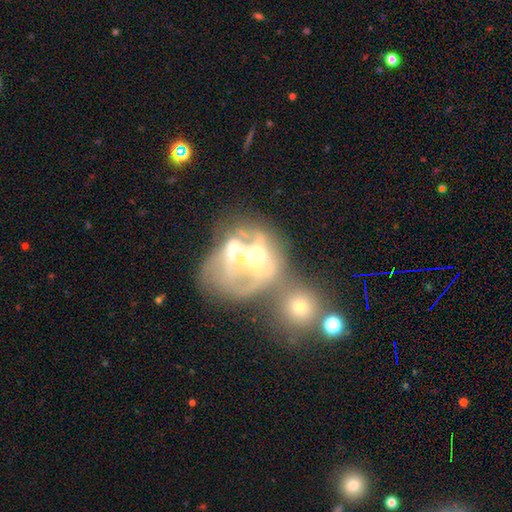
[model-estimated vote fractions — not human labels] This is likely a featured or disk galaxy (63%). It is clearly not viewed edge-on (97%). Bar: likely no (77%). Spiral arm pattern: likely no (77%). Central bulge: possibly moderate (49%). Merging: possibly merger (52%).